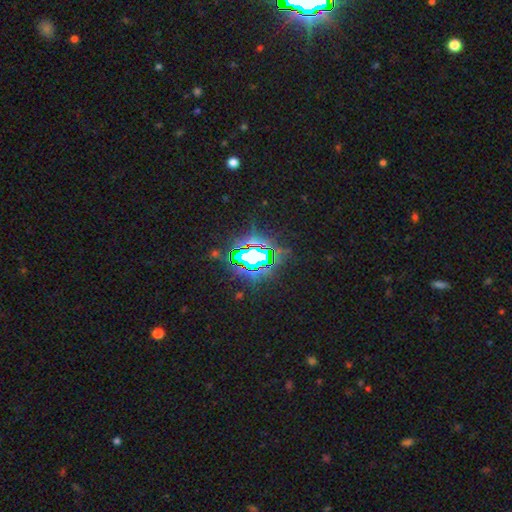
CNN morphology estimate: type=star or artifact (78%).